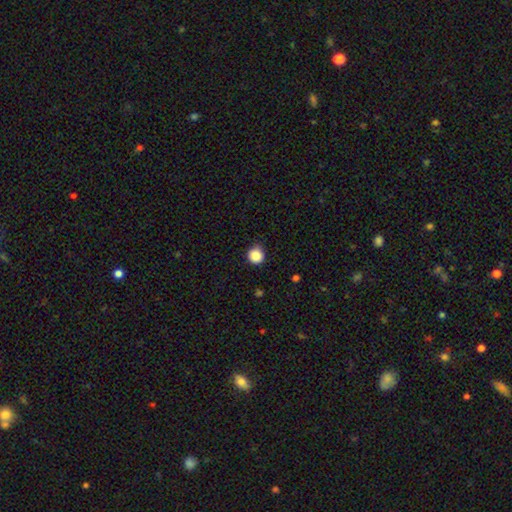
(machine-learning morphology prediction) A smooth galaxy with no disk features (86%) that is round (94%).

Vote fractions:
- Smooth or featured? smooth: 86% / star or artifact: 11% / featured or disk: 3%
- How rounded? round: 94% / in between: 5% / cigar-shaped: 1%
- Merging? none: 83% / minor disturbance: 13% / major disturbance: 2% / merger: 1%